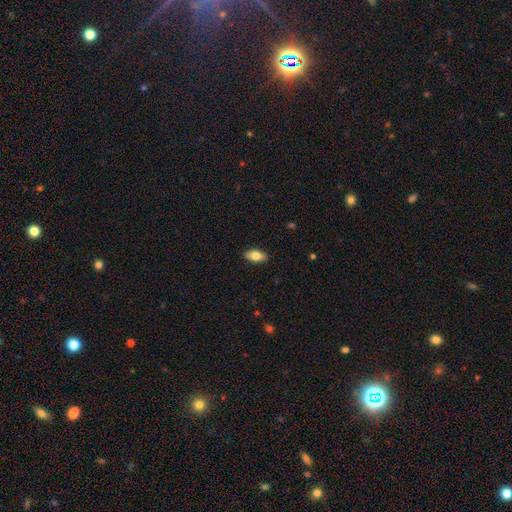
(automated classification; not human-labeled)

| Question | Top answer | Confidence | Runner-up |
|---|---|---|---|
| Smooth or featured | smooth | 78% | featured or disk (16%) |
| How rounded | in between | 90% | cigar-shaped (7%) |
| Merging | none | 89% | minor disturbance (8%) |